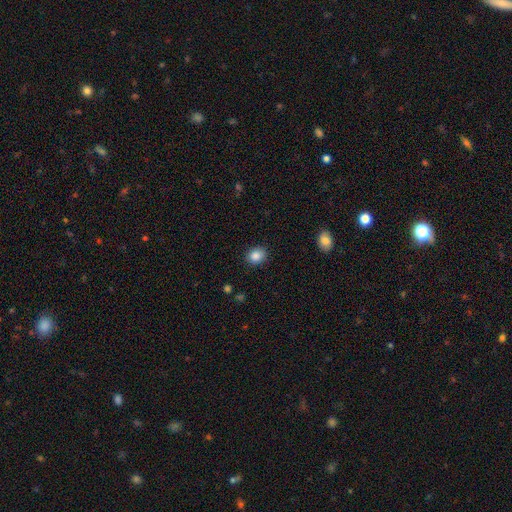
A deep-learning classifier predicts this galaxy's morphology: smooth_or_featured: smooth (p=0.86) [alt: star or artifact p=0.09]
how_rounded: round (p=0.60) [alt: in between p=0.39]
merging: none (p=0.88) [alt: minor disturbance p=0.08]